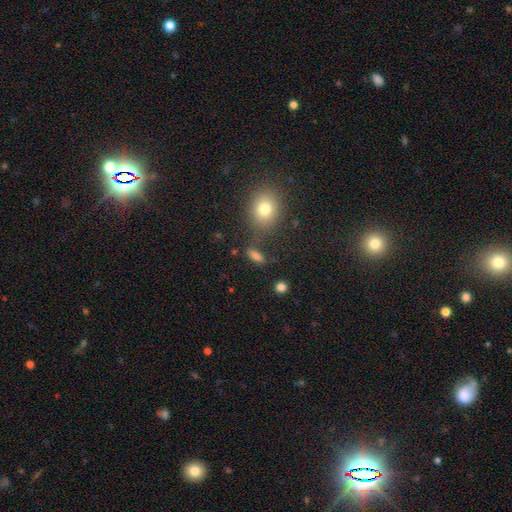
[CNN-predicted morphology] This appears to be a smooth galaxy with no disk features (77%) that is in between round and cigar-shaped (64%). Merging: none (74%).